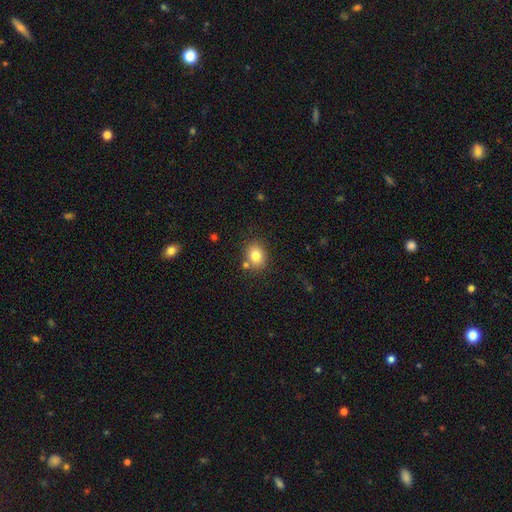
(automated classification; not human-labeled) Smooth or featured? Predicted: smooth (p=0.81). How rounded? Predicted: round (p=0.51). Merging? Predicted: none (p=0.78).